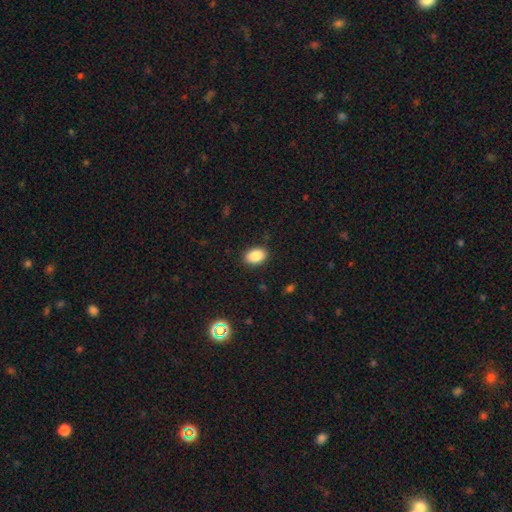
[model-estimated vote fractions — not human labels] smooth-or-featured: smooth: 89% | star or artifact: 8% | featured or disk: 3%
  how-rounded: in between: 86% | round: 12% | cigar-shaped: 1%
  merging: none: 88% | minor disturbance: 9% | major disturbance: 2% | merger: 1%